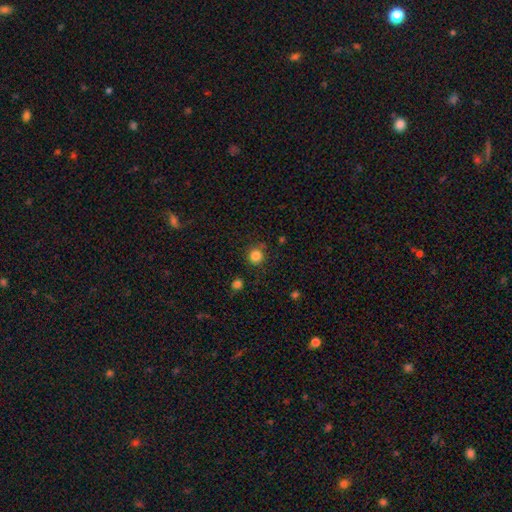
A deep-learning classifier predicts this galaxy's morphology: A smooth galaxy with no disk features (84%) that is round (93%).

Vote fractions:
- Smooth or featured? smooth: 84% / star or artifact: 12% / featured or disk: 4%
- How rounded? round: 93% / in between: 6% / cigar-shaped: 1%
- Merging? none: 85% / minor disturbance: 9% / major disturbance: 3% / merger: 3%